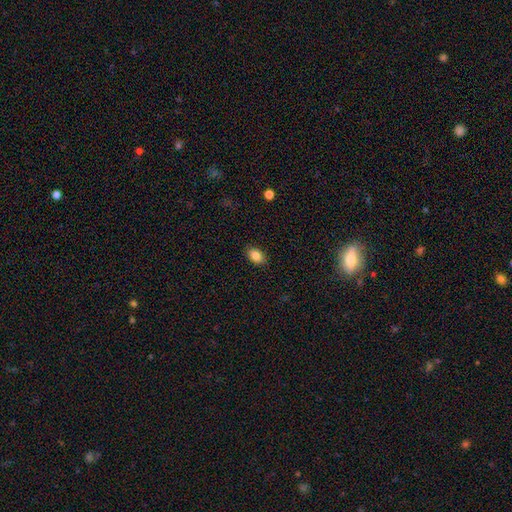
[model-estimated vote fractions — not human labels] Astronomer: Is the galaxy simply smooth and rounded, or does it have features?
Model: smooth — 85%.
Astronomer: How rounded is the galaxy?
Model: in between — 88%.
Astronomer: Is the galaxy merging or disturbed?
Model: none — 88%.